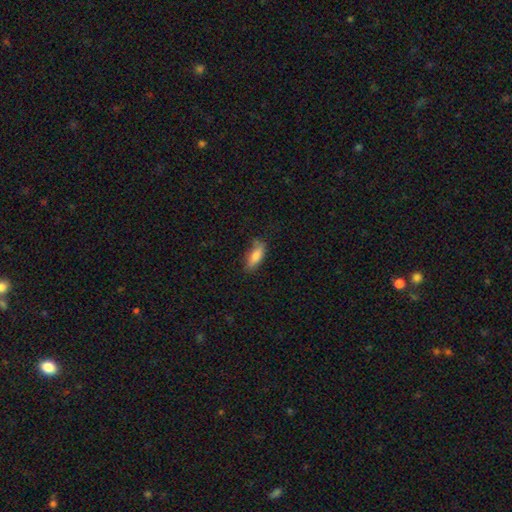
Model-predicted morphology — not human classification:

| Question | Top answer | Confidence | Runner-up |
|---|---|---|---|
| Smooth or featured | smooth | 81% | featured or disk (12%) |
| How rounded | in between | 67% | cigar-shaped (30%) |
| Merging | none | 67% | minor disturbance (25%) |